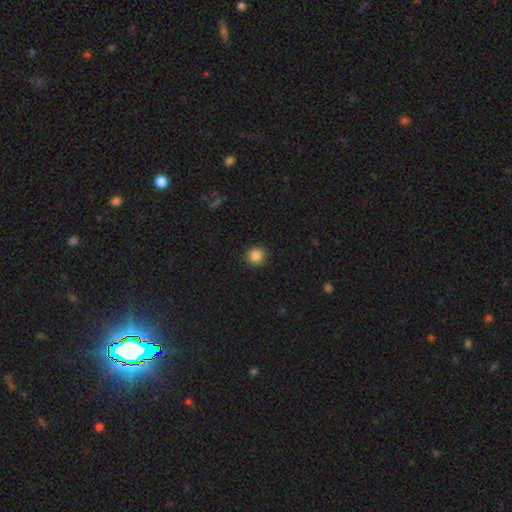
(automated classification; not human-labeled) smooth_or_featured: smooth (p=0.87) [alt: star or artifact p=0.10]
how_rounded: round (p=0.94) [alt: in between p=0.05]
merging: none (p=0.92) [alt: minor disturbance p=0.05]